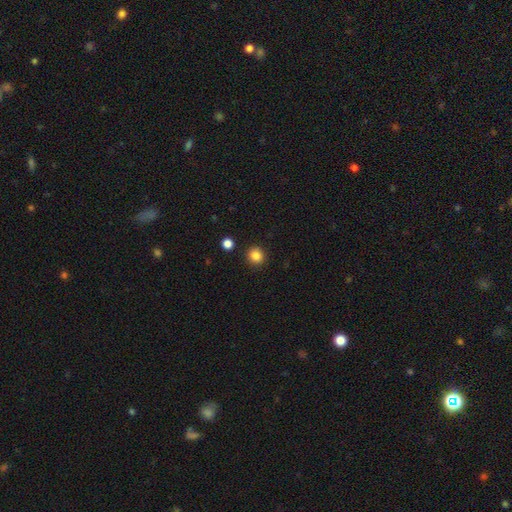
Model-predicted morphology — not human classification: Q: Smooth or featured?
A: smooth (85%); runner-up: star or artifact (11%)
Q: How rounded?
A: round (90%); runner-up: in between (9%)
Q: Merging?
A: none (91%); runner-up: minor disturbance (5%)